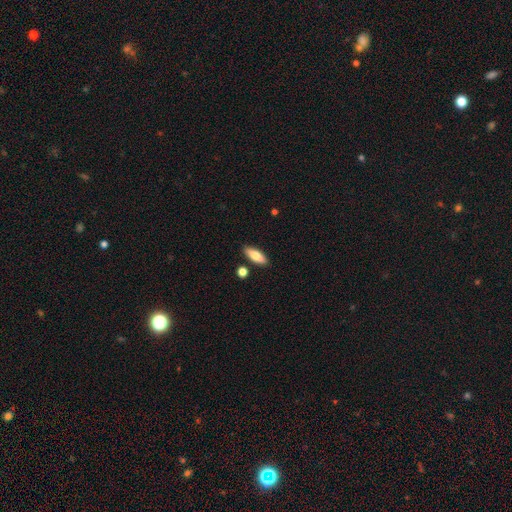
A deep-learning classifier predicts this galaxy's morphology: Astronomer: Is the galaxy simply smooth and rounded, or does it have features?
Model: smooth — 77%.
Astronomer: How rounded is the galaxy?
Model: in between — 64%.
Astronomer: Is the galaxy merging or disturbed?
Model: none — 86%.